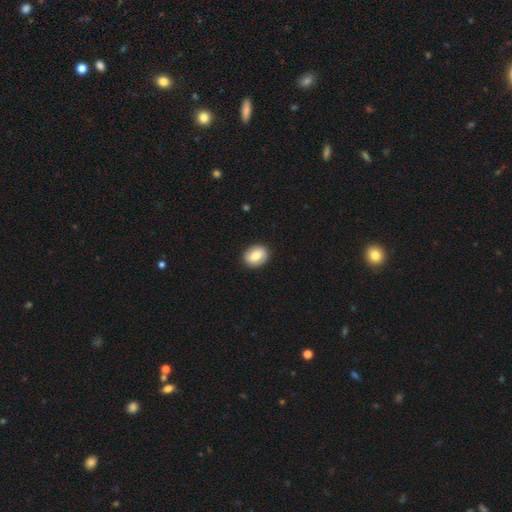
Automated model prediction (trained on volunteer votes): A smooth galaxy with no disk features (72%) that is in between round and cigar-shaped (54%). Merging: none (89%).